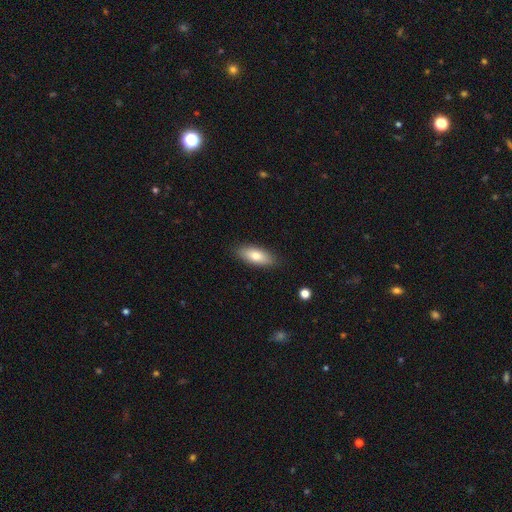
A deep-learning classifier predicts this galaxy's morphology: Smooth or featured?
  - smooth: 76% *
  - featured or disk: 17%
  - star or artifact: 7%
How rounded?
  - in between: 78% *
  - cigar-shaped: 19%
  - round: 3%
Merging?
  - none: 86% *
  - minor disturbance: 10%
  - major disturbance: 2%
  - merger: 1%